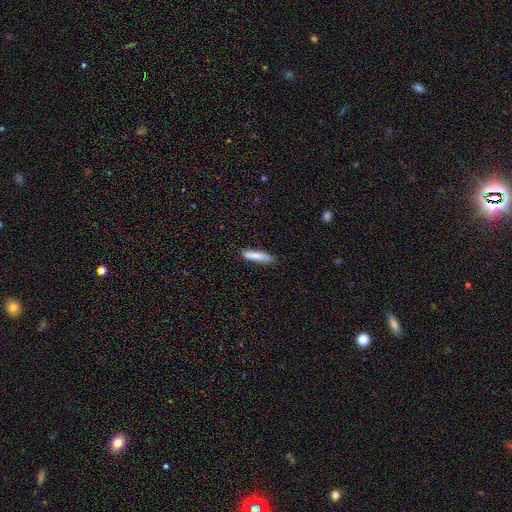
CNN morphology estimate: smooth-or-featured: smooth: 84% | featured or disk: 10% | star or artifact: 6%
  how-rounded: cigar-shaped: 79% | in between: 20% | round: 1%
  merging: none: 84% | minor disturbance: 13% | major disturbance: 2% | merger: 1%